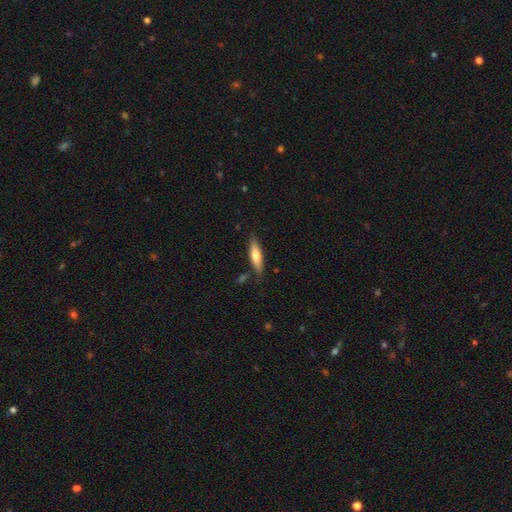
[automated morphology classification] smooth_or_featured: smooth (p=0.62) [alt: featured or disk p=0.33]
how_rounded: cigar-shaped (p=0.70) [alt: in between p=0.29]
merging: none (p=0.81) [alt: minor disturbance p=0.13]